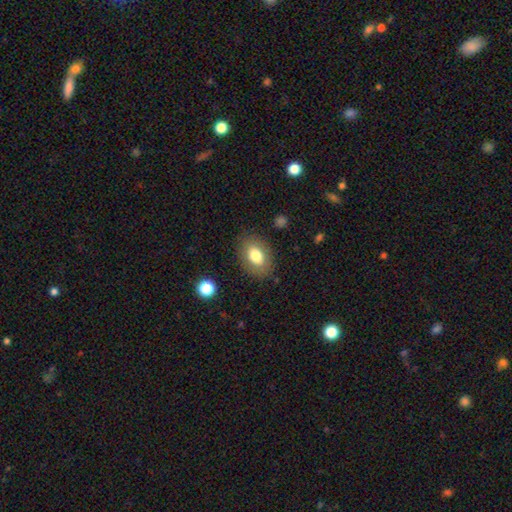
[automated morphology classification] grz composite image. It shows a smooth galaxy with no disk features (77%) that is in between round and cigar-shaped (80%). Merging: none (83%).